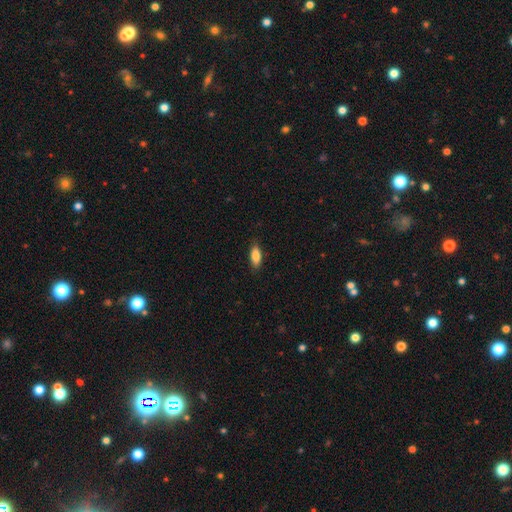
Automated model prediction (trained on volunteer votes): This is clearly a smooth galaxy (86%). How rounded: clearly in between (80%). Merging: clearly none (86%).